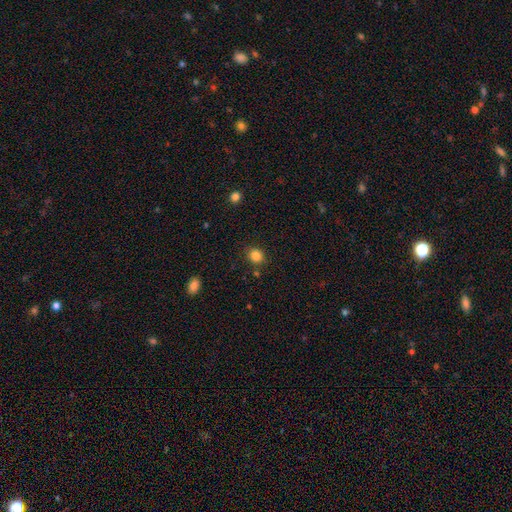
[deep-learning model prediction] smooth-or-featured: smooth: 84% | star or artifact: 12% | featured or disk: 4%
  how-rounded: round: 73% | in between: 26% | cigar-shaped: 1%
  merging: none: 84% | minor disturbance: 10% | merger: 3% | major disturbance: 3%